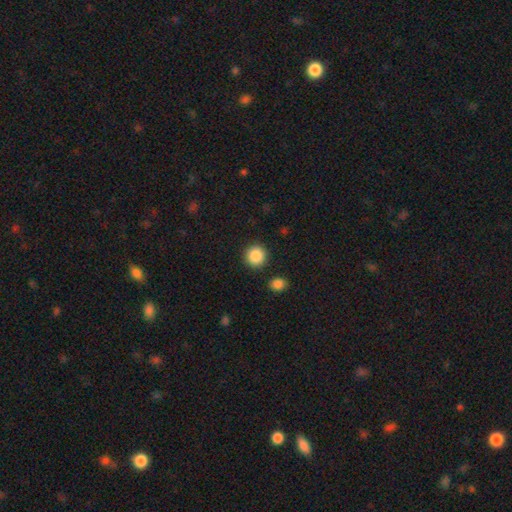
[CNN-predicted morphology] smooth_or_featured: smooth (p=0.88) [alt: star or artifact p=0.09]
how_rounded: round (p=0.94) [alt: in between p=0.05]
merging: none (p=0.90) [alt: minor disturbance p=0.05]